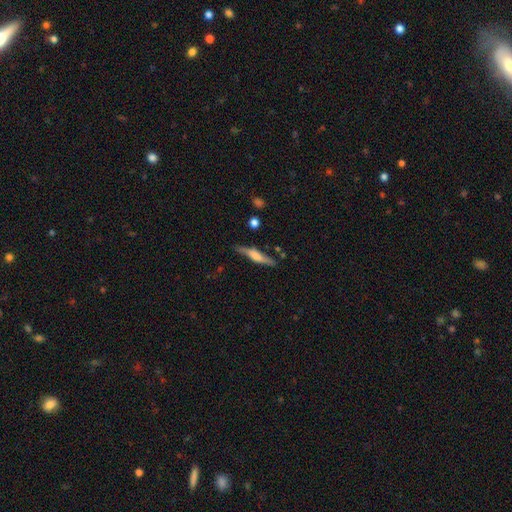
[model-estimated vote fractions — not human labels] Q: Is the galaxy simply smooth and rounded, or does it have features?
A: featured or disk — 52%.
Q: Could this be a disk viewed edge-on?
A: yes — 92%.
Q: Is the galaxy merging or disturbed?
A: none — 76%.